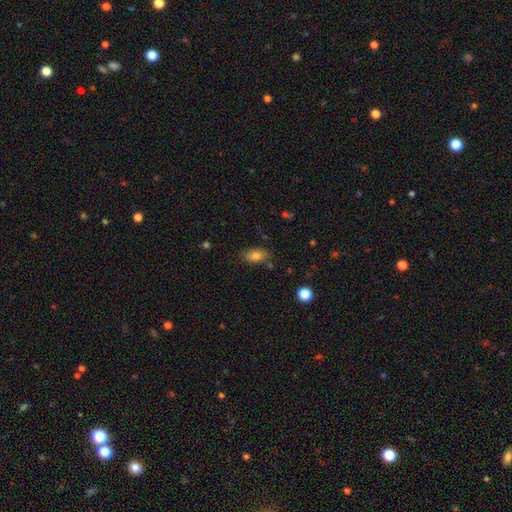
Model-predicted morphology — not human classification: Smooth or featured? smooth (81%)
How rounded? in between (87%)
Merging? none (78%)